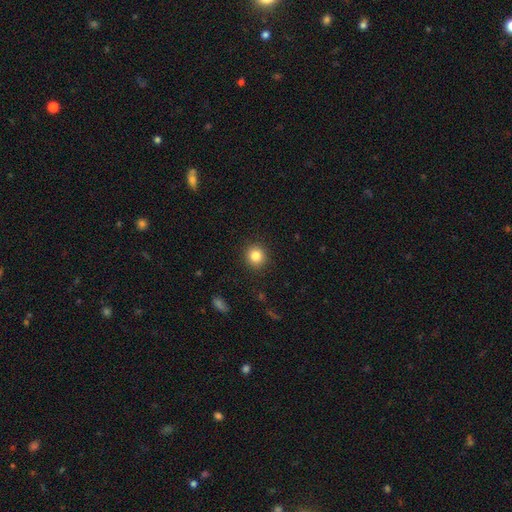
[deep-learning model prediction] Overall: smooth (84%). How rounded: round (91%). Merging: none (91%).